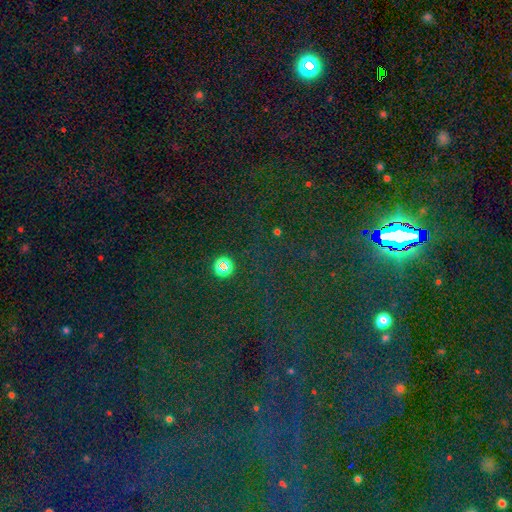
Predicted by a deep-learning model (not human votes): Q: Smooth or featured?
A: star or artifact (83%); runner-up: smooth (10%)